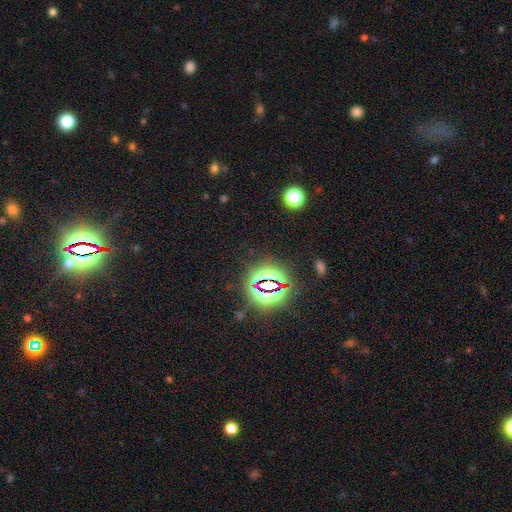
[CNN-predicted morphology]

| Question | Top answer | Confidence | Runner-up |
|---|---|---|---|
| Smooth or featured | star or artifact | 83% | smooth (11%) |